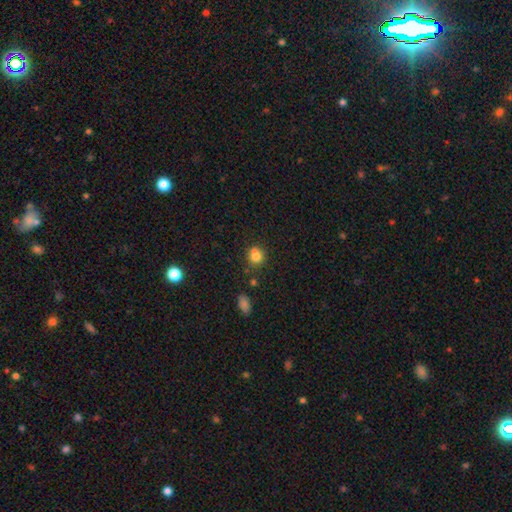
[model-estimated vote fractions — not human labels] smooth-or-featured: smooth: 76% | star or artifact: 13% | featured or disk: 11%
  how-rounded: round: 71% | in between: 28% | cigar-shaped: 1%
  merging: none: 48% | merger: 32% | minor disturbance: 15% | major disturbance: 5%